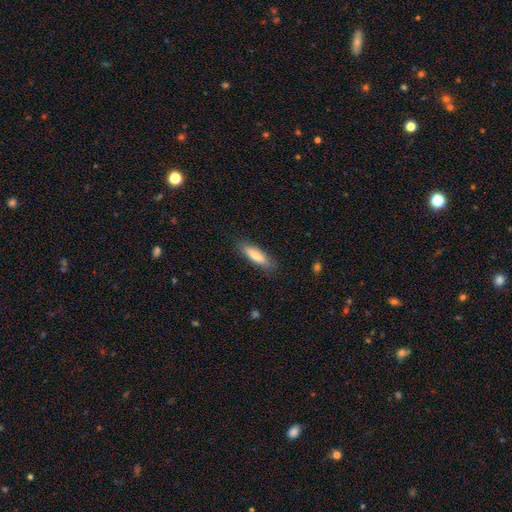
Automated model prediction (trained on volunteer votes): The model was most divided on "how rounded": cigar-shaped: 66%, in between: 33%, round: 2%. More confident: merging — none (84%); smooth or featured — smooth (75%).